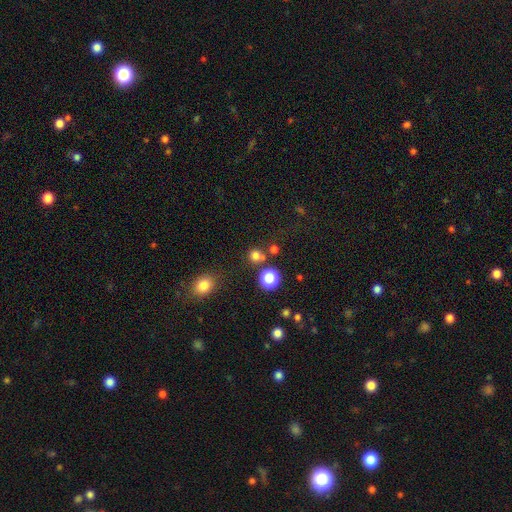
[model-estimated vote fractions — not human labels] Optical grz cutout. It shows a smooth galaxy with no disk features (72%) that is round (88%). Merging: none (73%).